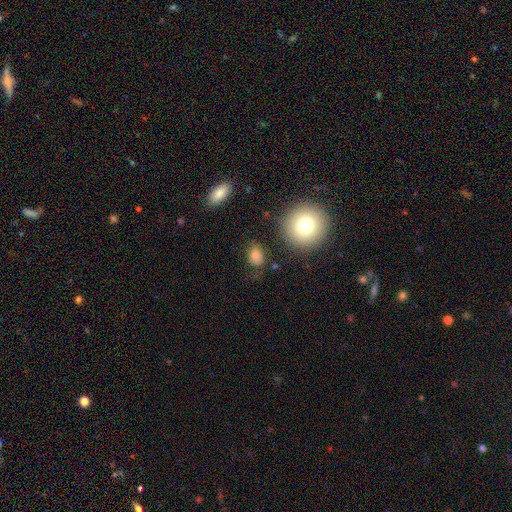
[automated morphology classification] Q: Smooth or featured?
A: smooth (79%); runner-up: star or artifact (13%)
Q: How rounded?
A: in between (67%); runner-up: round (31%)
Q: Merging?
A: none (67%); runner-up: minor disturbance (20%)